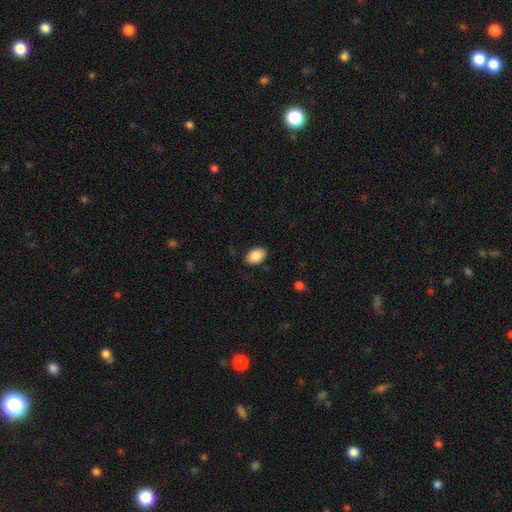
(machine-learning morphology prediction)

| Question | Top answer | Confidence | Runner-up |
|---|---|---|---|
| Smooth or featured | smooth | 88% | star or artifact (7%) |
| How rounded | in between | 91% | round (8%) |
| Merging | none | 86% | minor disturbance (10%) |